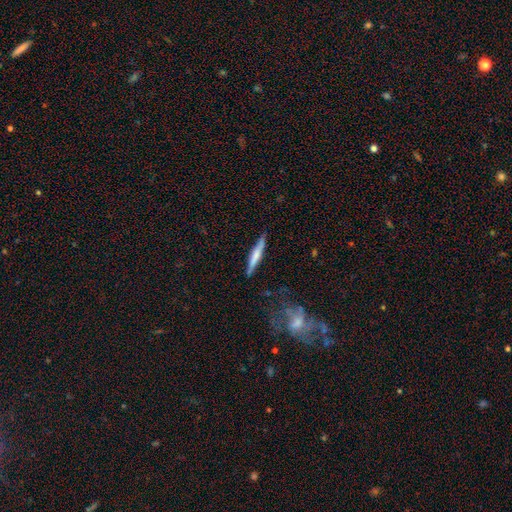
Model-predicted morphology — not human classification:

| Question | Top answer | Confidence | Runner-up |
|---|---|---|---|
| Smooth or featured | smooth | 58% | featured or disk (37%) |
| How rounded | cigar-shaped | 94% | in between (5%) |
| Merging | none | 84% | minor disturbance (11%) |